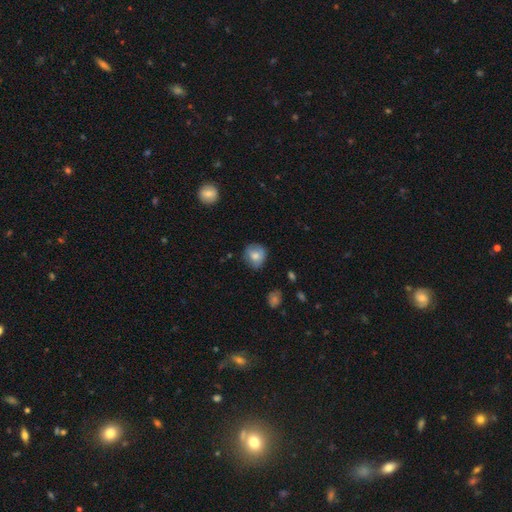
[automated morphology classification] Overall: smooth (77%). How rounded: round (83%). Merging: none (73%).